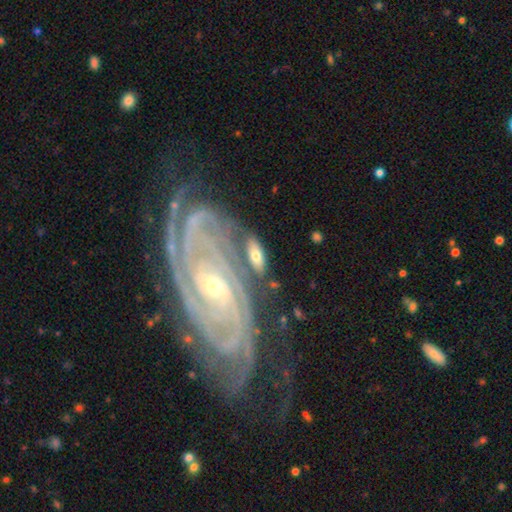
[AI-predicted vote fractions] This is possibly a smooth galaxy (49%). Merging: likely none (68%).